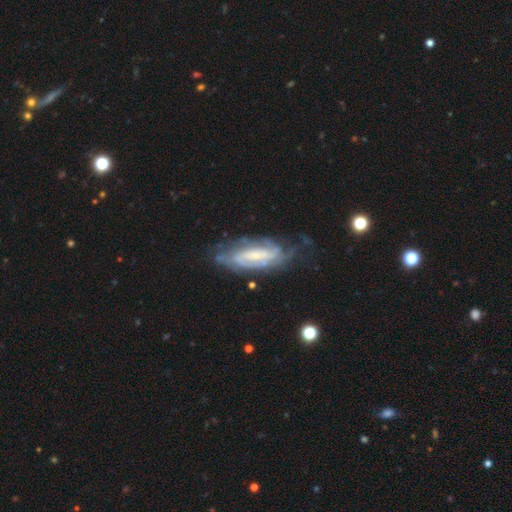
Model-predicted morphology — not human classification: Smooth or featured? featured or disk (83%)
Edge-on disk? no (90%)
Bar? weak (40%)
Spiral arms? yes (93%)
Spiral winding? tight (59%)
Spiral arm count? can't tell (39%)
Bulge size? small (64%)
Merging? none (65%)